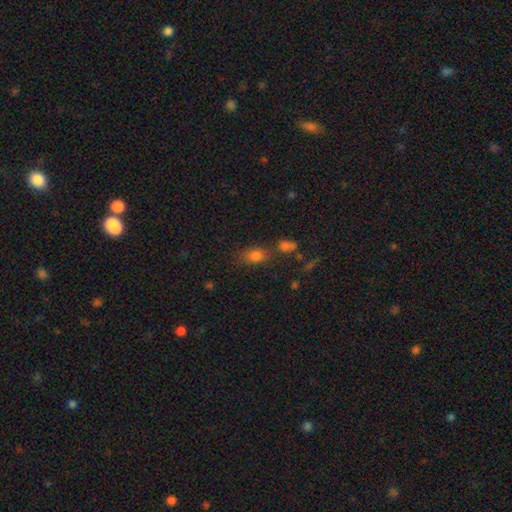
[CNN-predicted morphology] A smooth galaxy with no disk features (75%) that is in between round and cigar-shaped (74%). Merging: none (57%).